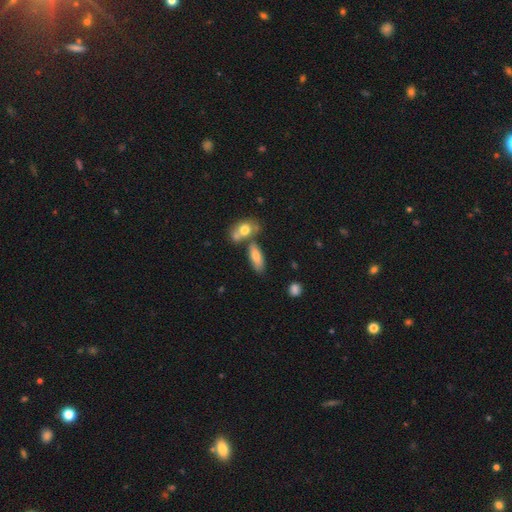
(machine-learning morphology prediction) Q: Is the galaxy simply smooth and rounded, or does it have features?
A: smooth — 73%.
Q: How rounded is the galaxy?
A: in between — 73%.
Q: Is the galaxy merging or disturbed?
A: none — 52%.